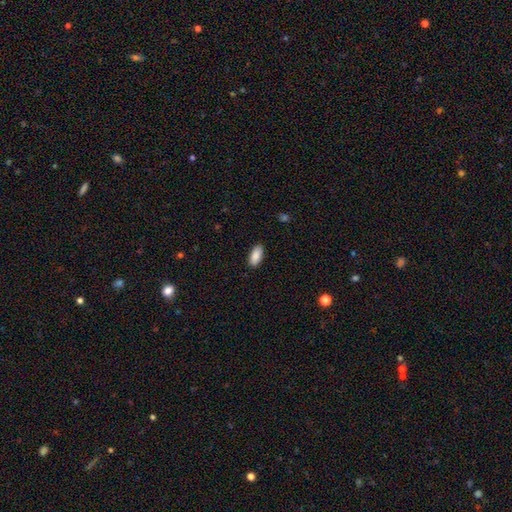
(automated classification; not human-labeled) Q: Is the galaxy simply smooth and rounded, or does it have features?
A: smooth — 90%.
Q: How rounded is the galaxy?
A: in between — 89%.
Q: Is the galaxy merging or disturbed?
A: none — 89%.